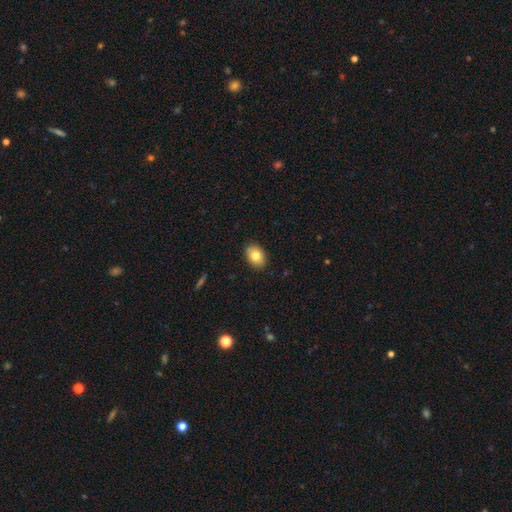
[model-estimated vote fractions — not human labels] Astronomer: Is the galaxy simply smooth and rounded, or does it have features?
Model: smooth — 80%.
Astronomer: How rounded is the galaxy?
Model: in between — 77%.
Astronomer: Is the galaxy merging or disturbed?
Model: none — 88%.